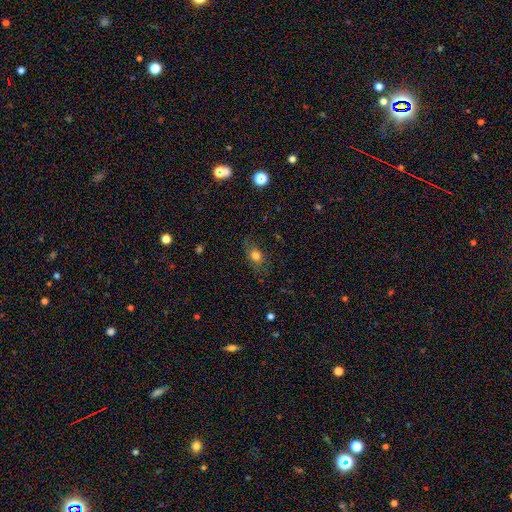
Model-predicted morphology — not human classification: Overall: smooth (73%). How rounded: in between (63%; round 32%). Merging: none (71%).